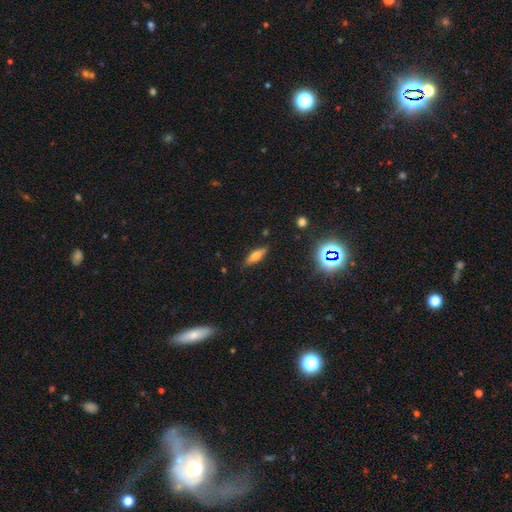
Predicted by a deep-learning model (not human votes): smooth_or_featured: smooth (p=0.52) [alt: featured or disk p=0.36]
how_rounded: cigar-shaped (p=0.56) [alt: in between p=0.41]
merging: none (p=0.85) [alt: minor disturbance p=0.11]